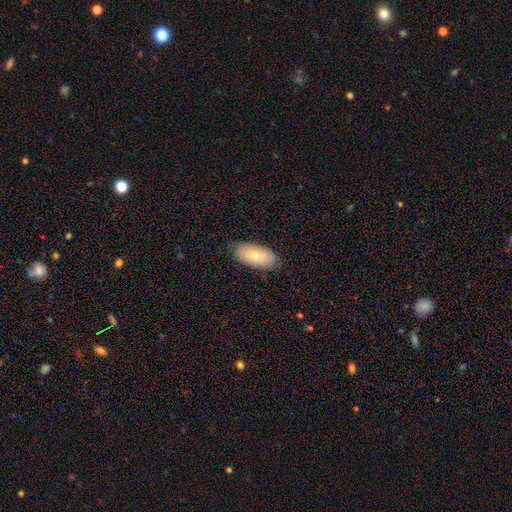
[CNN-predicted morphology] The model was most divided on "smooth or featured": smooth: 71%, featured or disk: 23%, star or artifact: 6%. More confident: how rounded — in between (92%); merging — none (83%).